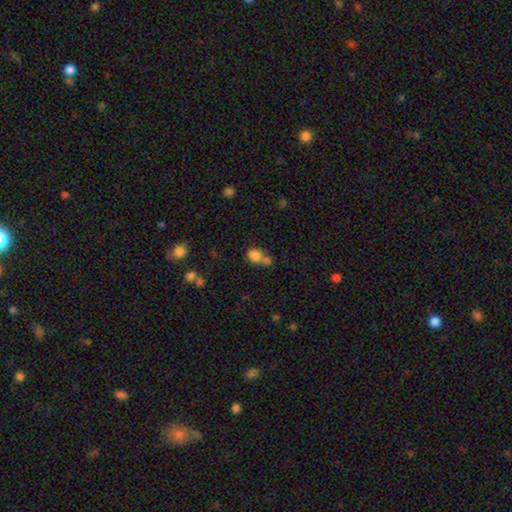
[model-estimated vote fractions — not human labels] This is clearly a smooth galaxy (80%). How rounded: possibly in between (56%). Merging: possibly merger (51%).